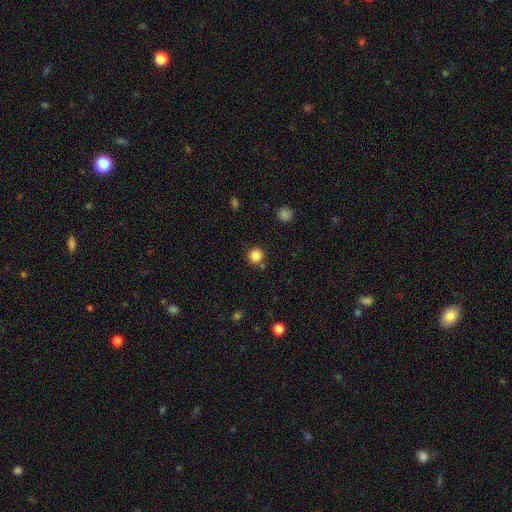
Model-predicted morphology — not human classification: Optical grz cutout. It shows a smooth galaxy with no disk features (85%) that is round (94%). Merging: none (78%).